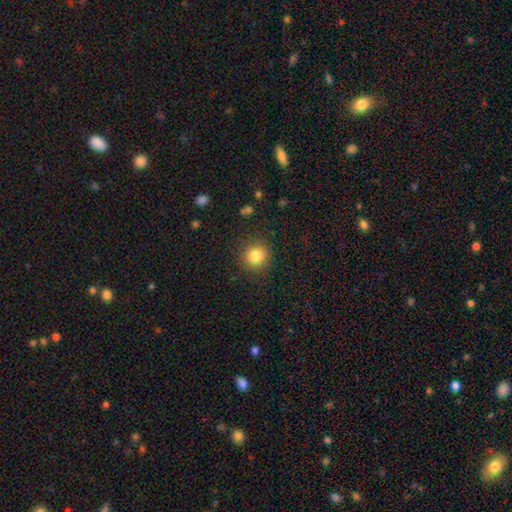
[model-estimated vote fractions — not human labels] Overall: smooth (83%). How rounded: round (92%). Merging: none (88%).